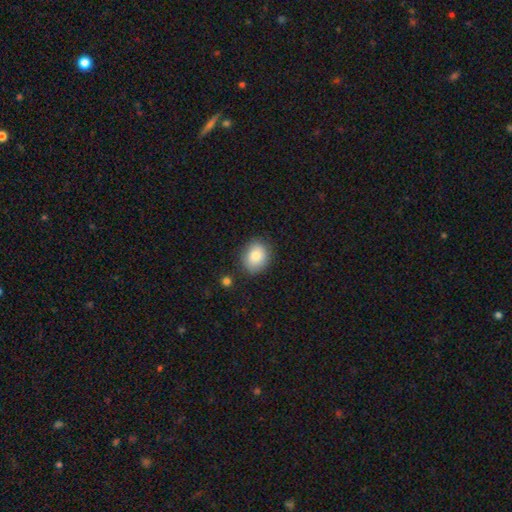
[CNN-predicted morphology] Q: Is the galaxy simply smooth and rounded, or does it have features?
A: smooth — 83%.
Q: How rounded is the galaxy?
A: round — 50%.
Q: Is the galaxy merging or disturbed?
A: none — 83%.